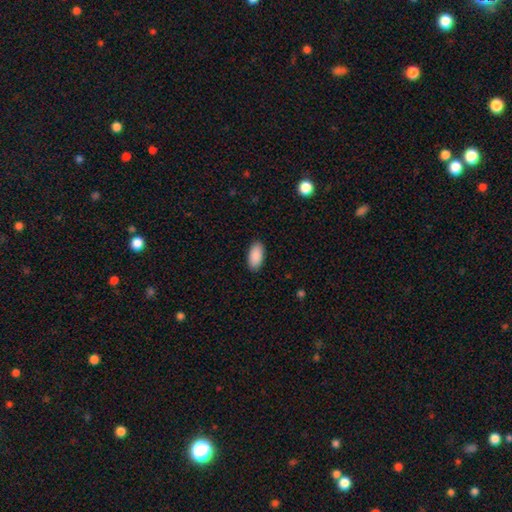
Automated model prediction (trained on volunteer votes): smooth-or-featured: smooth: 91% | star or artifact: 6% | featured or disk: 3%
  how-rounded: in between: 95% | cigar-shaped: 3% | round: 2%
  merging: none: 90% | minor disturbance: 8% | major disturbance: 2% | merger: 1%